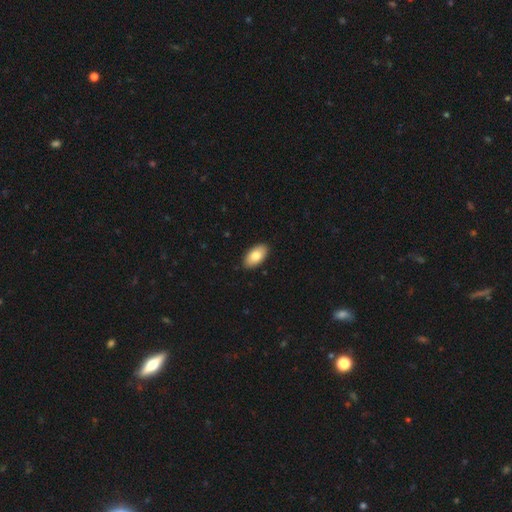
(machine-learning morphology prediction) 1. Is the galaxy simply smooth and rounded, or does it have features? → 81% smooth, 13% featured or disk, 6% star or artifact.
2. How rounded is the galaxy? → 95% in between, 3% round, 2% cigar-shaped.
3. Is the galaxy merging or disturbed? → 90% none, 7% minor disturbance, 2% major disturbance, 1% merger.